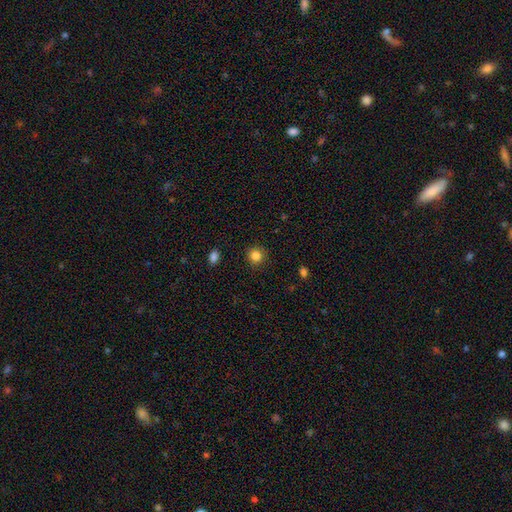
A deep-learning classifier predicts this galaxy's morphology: smooth-or-featured: smooth: 84% | star or artifact: 11% | featured or disk: 5%
  how-rounded: round: 90% | in between: 9% | cigar-shaped: 1%
  merging: none: 90% | minor disturbance: 7% | major disturbance: 2% | merger: 1%